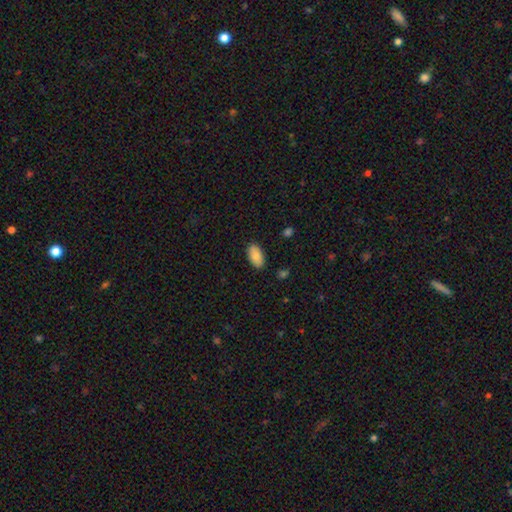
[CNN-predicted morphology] Q: Smooth or featured?
A: smooth (86%); runner-up: featured or disk (7%)
Q: How rounded?
A: in between (94%); runner-up: cigar-shaped (3%)
Q: Merging?
A: none (88%); runner-up: minor disturbance (9%)